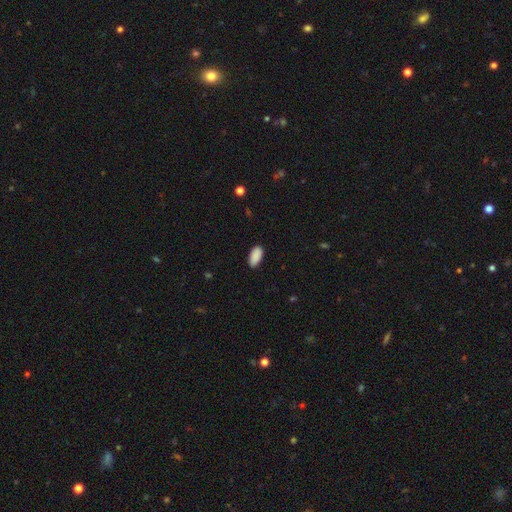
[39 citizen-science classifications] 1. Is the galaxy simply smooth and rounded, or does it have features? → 92% smooth, 8% star or artifact, 0% featured or disk.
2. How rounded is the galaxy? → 89% in between, 6% round, 6% cigar-shaped.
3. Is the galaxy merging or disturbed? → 83% none, 11% minor disturbance, 6% merger, 0% major disturbance.